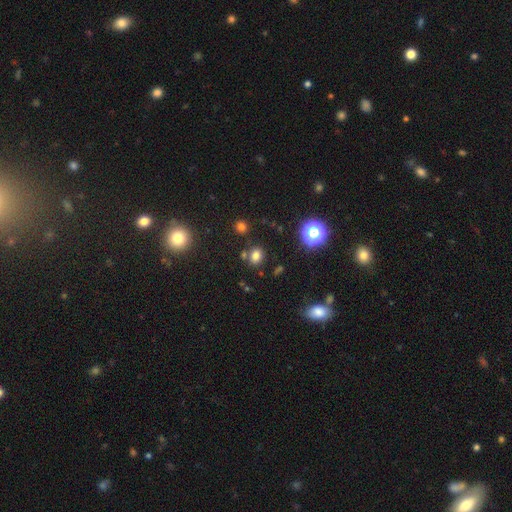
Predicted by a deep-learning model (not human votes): smooth-or-featured: smooth: 74% | star or artifact: 19% | featured or disk: 7%
  how-rounded: round: 55% | in between: 44% | cigar-shaped: 1%
  merging: none: 76% | minor disturbance: 10% | merger: 10% | major disturbance: 3%